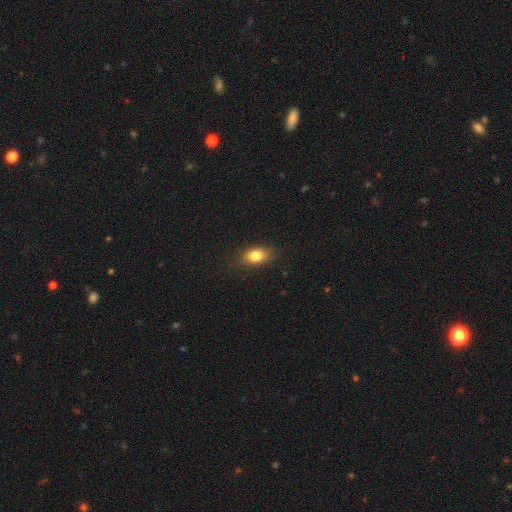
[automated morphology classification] Q: Smooth or featured?
A: smooth (82%); runner-up: star or artifact (9%)
Q: How rounded?
A: in between (79%); runner-up: round (18%)
Q: Merging?
A: none (83%); runner-up: minor disturbance (13%)